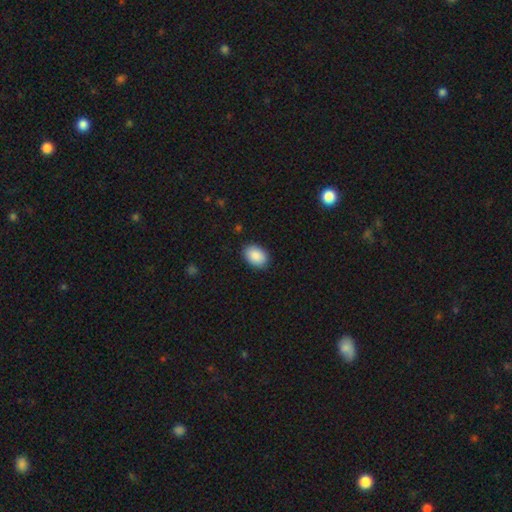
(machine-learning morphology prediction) The model was most divided on "how rounded": in between: 82%, round: 17%, cigar-shaped: 1%. More confident: smooth or featured — smooth (90%); merging — none (88%).